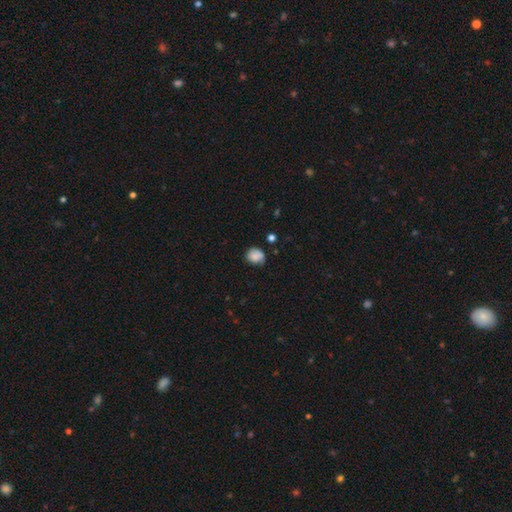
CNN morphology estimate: Smooth or featured? smooth (79%)
How rounded? round (67%)
Merging? none (58%)